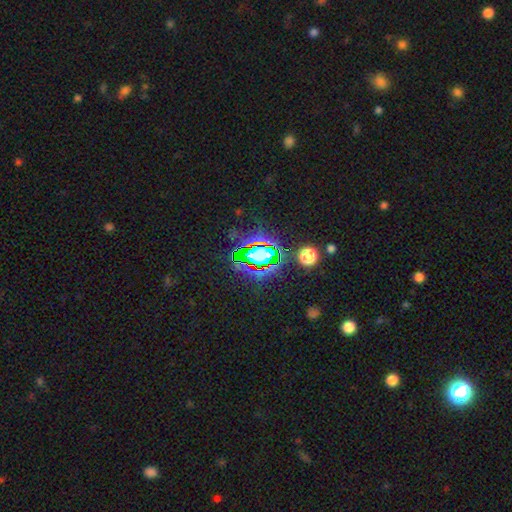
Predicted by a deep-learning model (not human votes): Smooth or featured? star or artifact (81%)